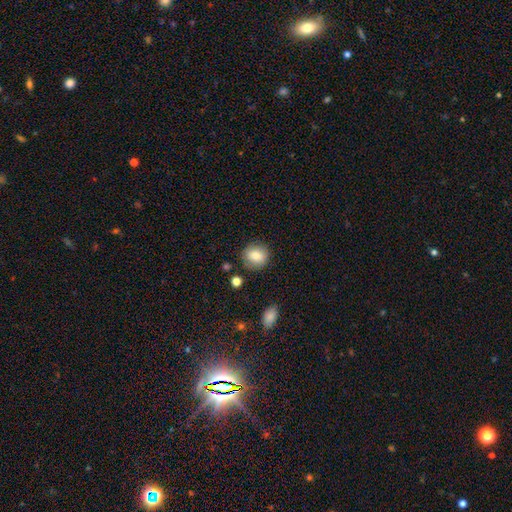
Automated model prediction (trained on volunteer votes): Overall: smooth (82%). How rounded: round (83%). Merging: none (84%).